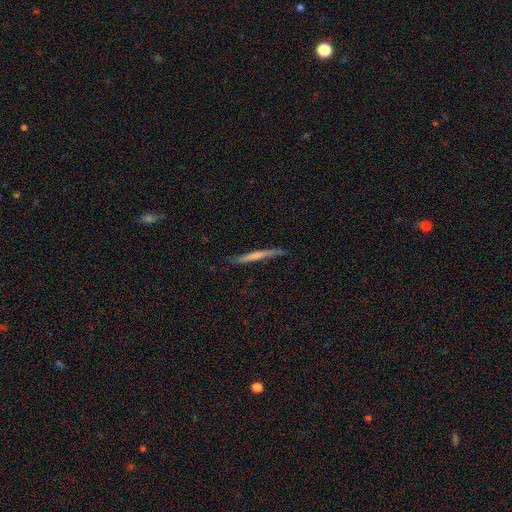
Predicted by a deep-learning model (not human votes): This is likely a featured or disk galaxy (62%). It is clearly viewed edge-on (95%). Edge-on bulge: possibly rounded (56%). Merging: clearly none (87%).